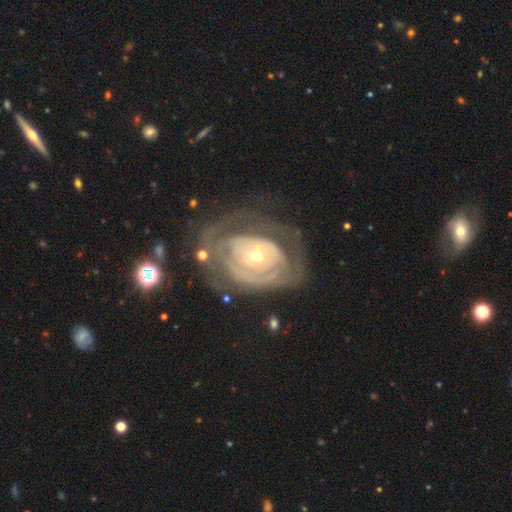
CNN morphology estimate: A featured or disk galaxy (82%) with no bar (75%), tight (72%) spiral arms (75%) and a small central bulge (61%).

Vote fractions:
- Smooth or featured? featured or disk: 82% / smooth: 12% / star or artifact: 6%
- Edge-on disk? no: 96% / yes: 4%
- Bar? no: 75% / weak: 18% / strong: 7%
- Spiral arms? yes: 75% / no: 25%
- Spiral winding? tight: 72% / medium: 20% / loose: 8%
- Spiral arm count? can't tell: 51% / 2: 20% / 3: 10% / 1: 8% / 4: 6% / more than 4: 4%
- Bulge size? small: 61% / moderate: 34% / large: 3% / none: 1% / dominant: 1%
- Merging? none: 47% / major disturbance: 26% / minor disturbance: 22% / merger: 5%